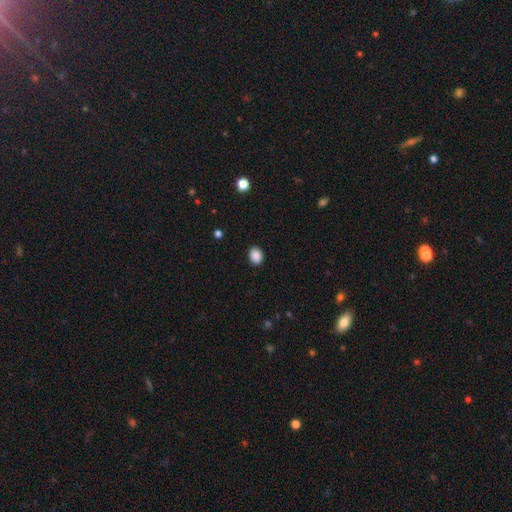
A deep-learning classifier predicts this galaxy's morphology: Overall: smooth (89%). How rounded: in between (58%; round 41%). Merging: none (89%).